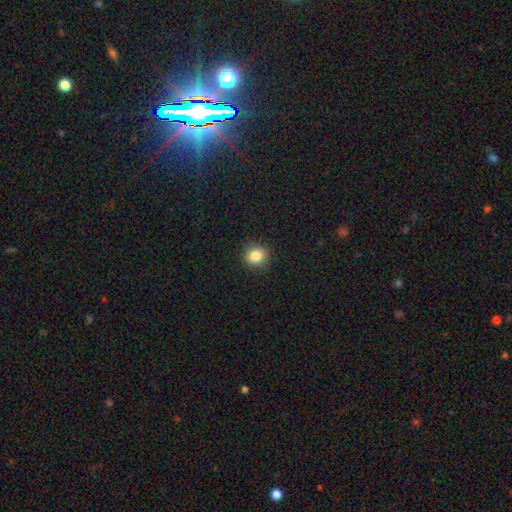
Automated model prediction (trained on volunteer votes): Smooth or featured? smooth (84%)
How rounded? round (82%)
Merging? none (90%)